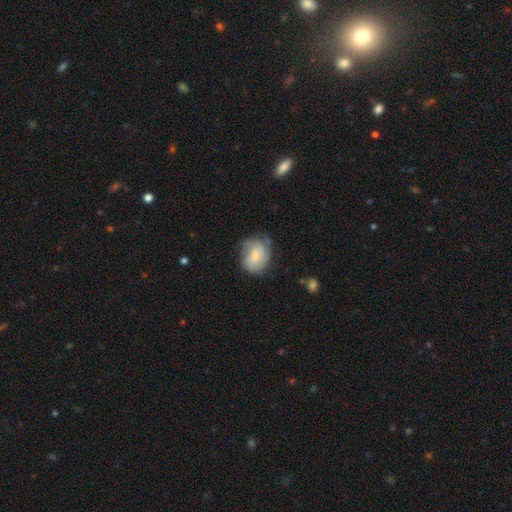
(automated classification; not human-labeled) Smooth or featured?
  - featured or disk: 48% *
  - smooth: 45%
  - star or artifact: 7%
Merging?
  - none: 50% *
  - minor disturbance: 32%
  - major disturbance: 16%
  - merger: 2%